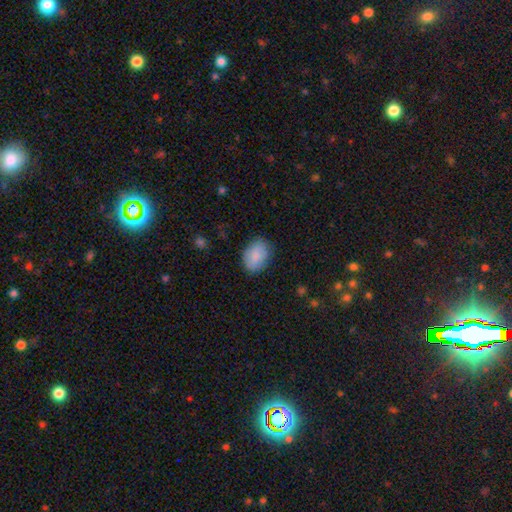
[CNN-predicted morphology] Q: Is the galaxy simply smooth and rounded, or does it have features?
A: smooth — 87%.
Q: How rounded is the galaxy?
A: in between — 78%.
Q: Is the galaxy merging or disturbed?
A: none — 81%.